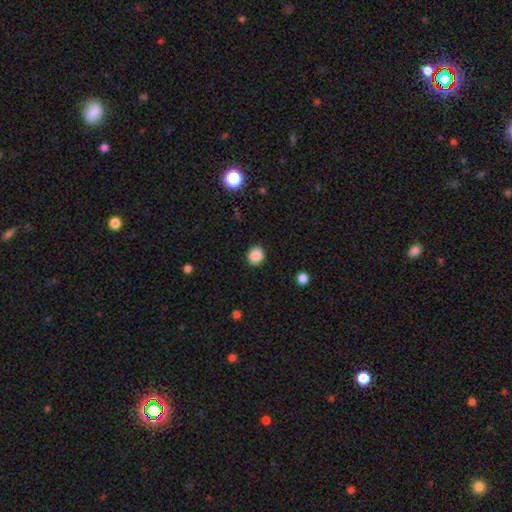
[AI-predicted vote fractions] Overall: smooth (87%). How rounded: round (69%; in between 30%). Merging: none (88%).